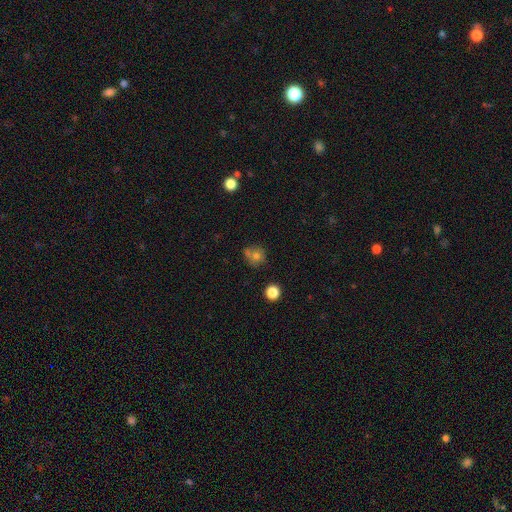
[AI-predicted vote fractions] This is likely a smooth galaxy (70%). How rounded: clearly round (84%). Merging: possibly none (59%).